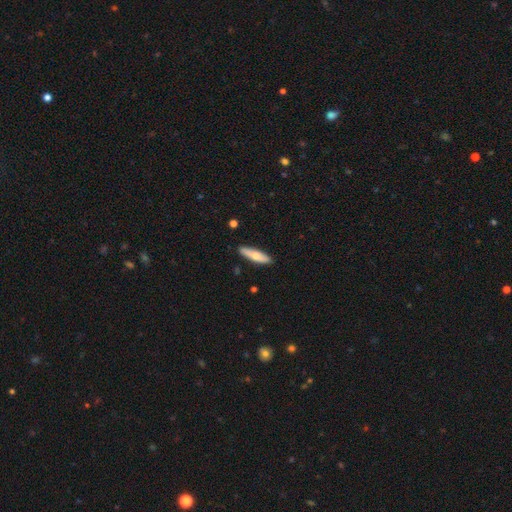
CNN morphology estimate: A smooth galaxy with no disk features (63%) that is cigar-shaped (70%).

Vote fractions:
- Smooth or featured? smooth: 63% / featured or disk: 32% / star or artifact: 6%
- How rounded? cigar-shaped: 70% / in between: 28% / round: 2%
- Merging? none: 87% / minor disturbance: 9% / major disturbance: 2% / merger: 1%